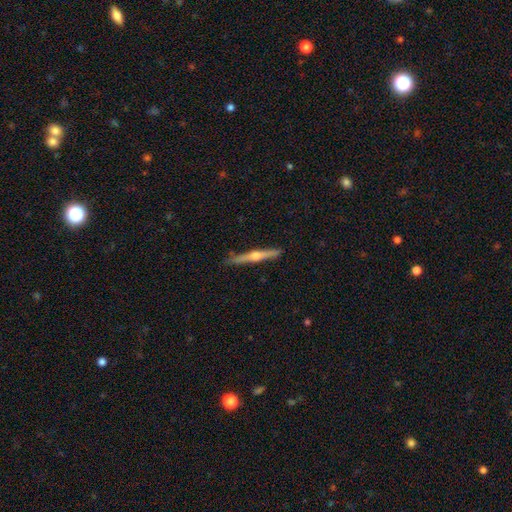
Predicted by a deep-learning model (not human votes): Q: Smooth or featured?
A: featured or disk (73%); runner-up: smooth (22%)
Q: Edge-on disk?
A: yes (98%); runner-up: no (2%)
Q: Edge-on bulge?
A: rounded (92%); runner-up: none (5%)
Q: Merging?
A: none (89%); runner-up: minor disturbance (8%)